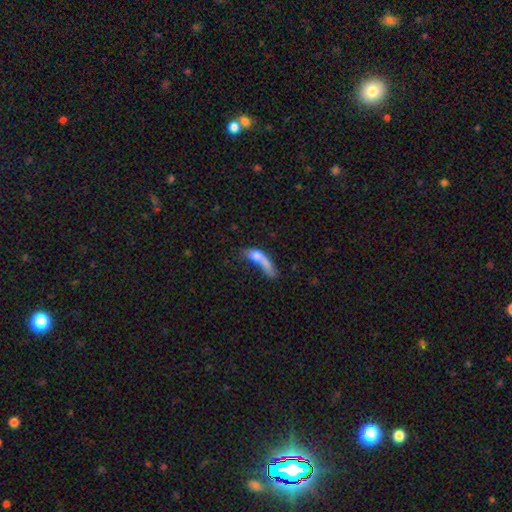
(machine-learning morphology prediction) A smooth galaxy with no disk features (58%) that is cigar-shaped (61%). Merging: merger (35%).